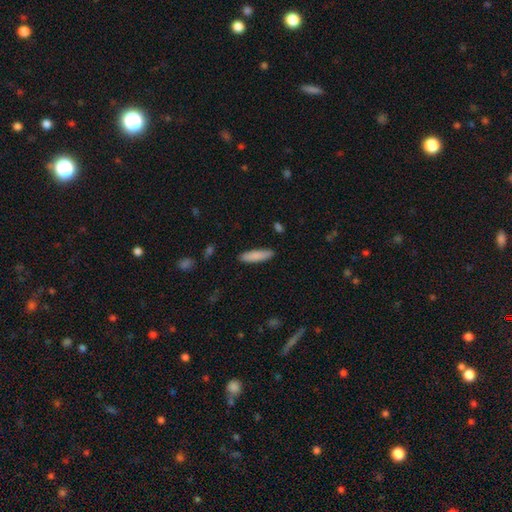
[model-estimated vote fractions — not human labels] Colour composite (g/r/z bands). It shows a smooth galaxy with no disk features (86%) that is cigar-shaped (72%). Merging: none (88%).